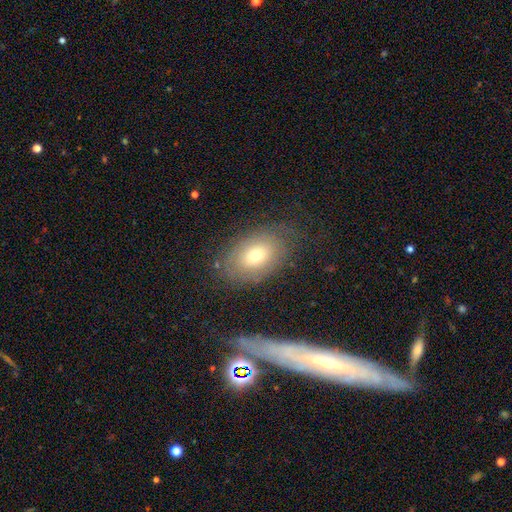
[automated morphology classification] A smooth galaxy with no disk features (56%) that is in between round and cigar-shaped (83%). Merging: none (72%).